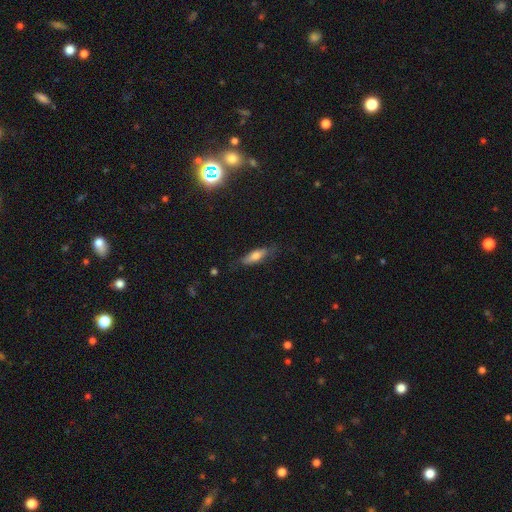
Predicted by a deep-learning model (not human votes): Overall: smooth (67%). How rounded: cigar-shaped (51%; in between 47%). Merging: none (73%).